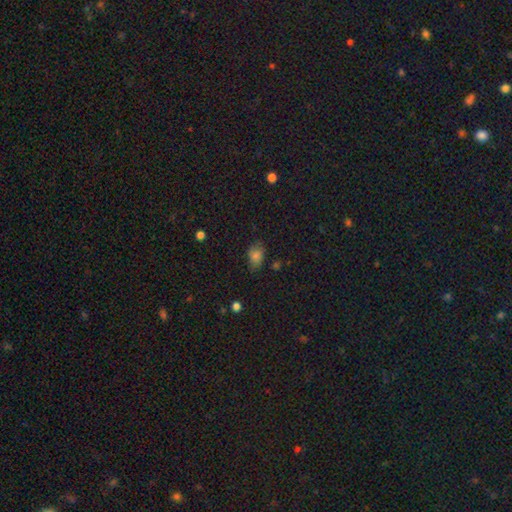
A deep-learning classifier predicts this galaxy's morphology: smooth 78%, star or artifact 13%, featured or disk 9%. Down the decision tree: how rounded — in between (76%); merging — none (66%).